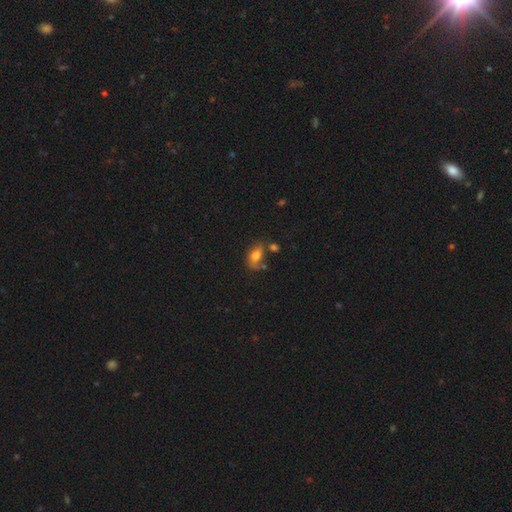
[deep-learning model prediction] This is likely a smooth galaxy (69%). How rounded: clearly in between (85%). Merging: possibly none (45%).